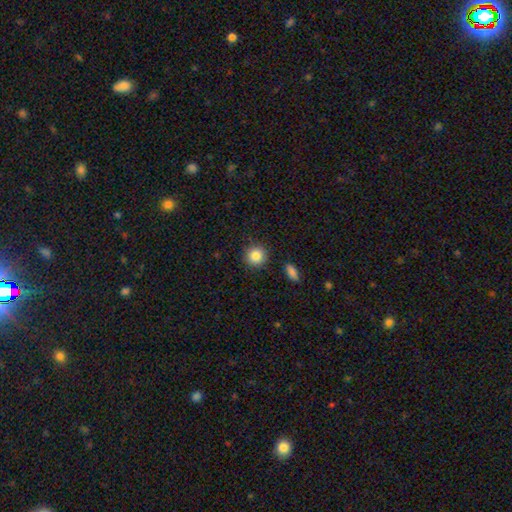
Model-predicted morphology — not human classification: smooth-or-featured: smooth: 86% | star or artifact: 9% | featured or disk: 5%
  how-rounded: round: 92% | in between: 7% | cigar-shaped: 1%
  merging: none: 88% | minor disturbance: 7% | merger: 2% | major disturbance: 2%